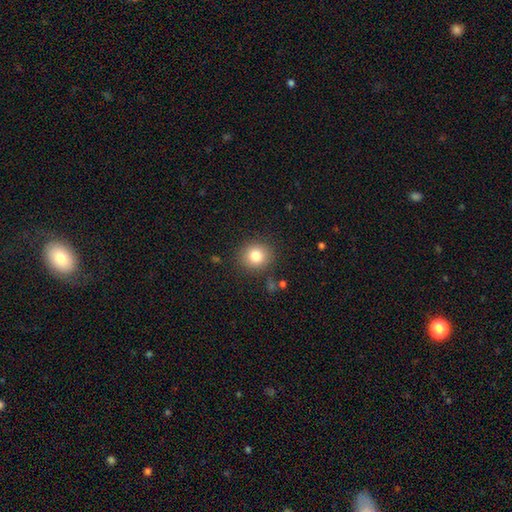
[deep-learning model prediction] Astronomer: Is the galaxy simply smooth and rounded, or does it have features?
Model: smooth — 81%.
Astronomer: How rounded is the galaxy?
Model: round — 82%.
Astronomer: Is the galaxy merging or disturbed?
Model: none — 87%.